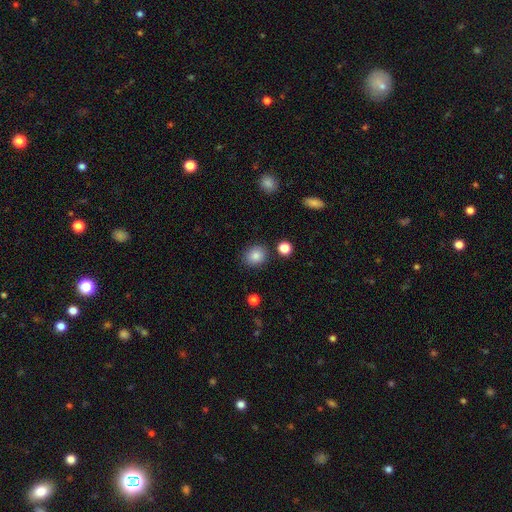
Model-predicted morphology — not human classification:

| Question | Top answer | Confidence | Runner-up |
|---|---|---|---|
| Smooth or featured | smooth | 84% | star or artifact (10%) |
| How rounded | round | 68% | in between (31%) |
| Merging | none | 85% | minor disturbance (10%) |